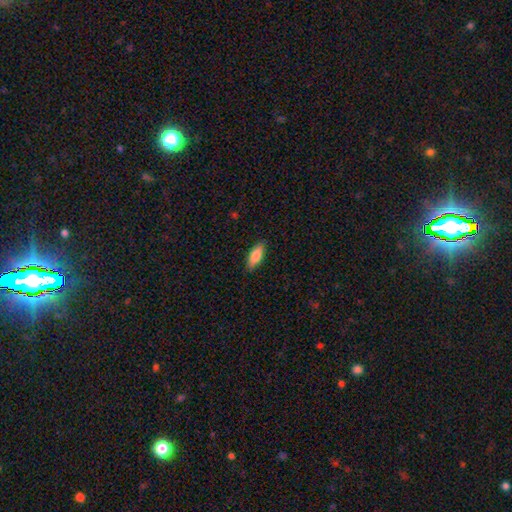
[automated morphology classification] Overall: smooth (83%). How rounded: in between (72%). Merging: none (87%).